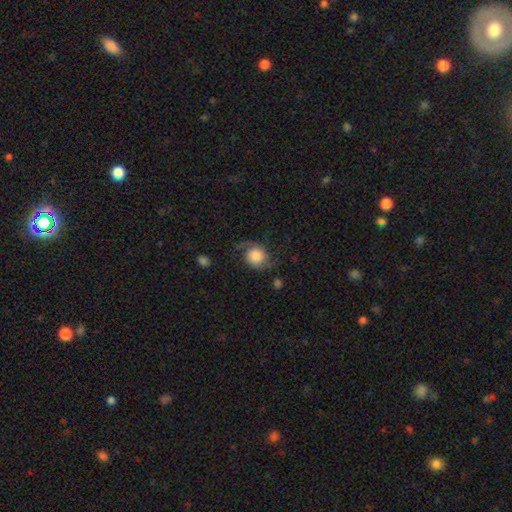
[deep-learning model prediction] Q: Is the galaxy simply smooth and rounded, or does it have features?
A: smooth — 52%.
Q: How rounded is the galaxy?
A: round — 77%.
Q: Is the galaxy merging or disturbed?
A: none — 61%.